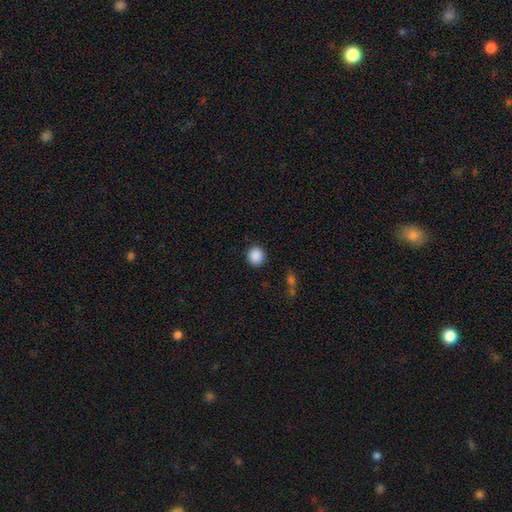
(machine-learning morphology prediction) smooth_or_featured: smooth (p=0.89) [alt: star or artifact p=0.09]
how_rounded: round (p=0.88) [alt: in between p=0.11]
merging: none (p=0.89) [alt: minor disturbance p=0.07]